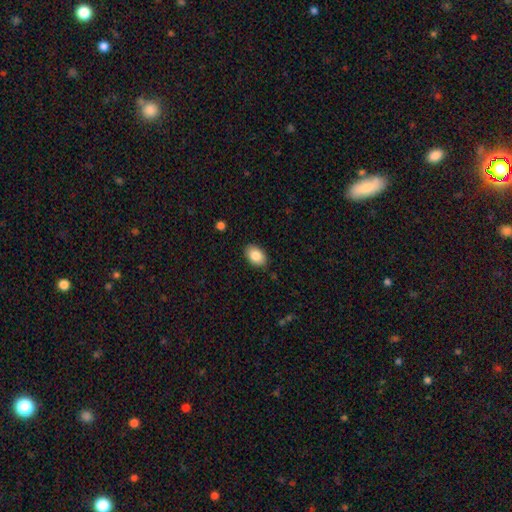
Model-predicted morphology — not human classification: Smooth or featured?
  - smooth: 86% *
  - star or artifact: 7%
  - featured or disk: 7%
How rounded?
  - in between: 87% *
  - round: 12%
  - cigar-shaped: 1%
Merging?
  - none: 88% *
  - minor disturbance: 9%
  - major disturbance: 2%
  - merger: 1%